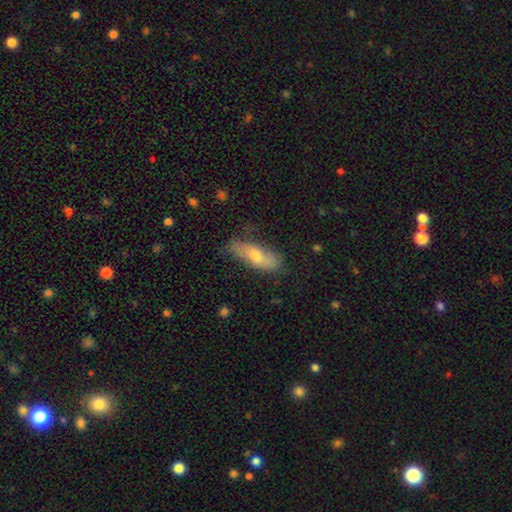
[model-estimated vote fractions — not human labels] Overall: smooth (62%; featured or disk 31%). How rounded: in between (63%; cigar-shaped 34%). Merging: none (69%).